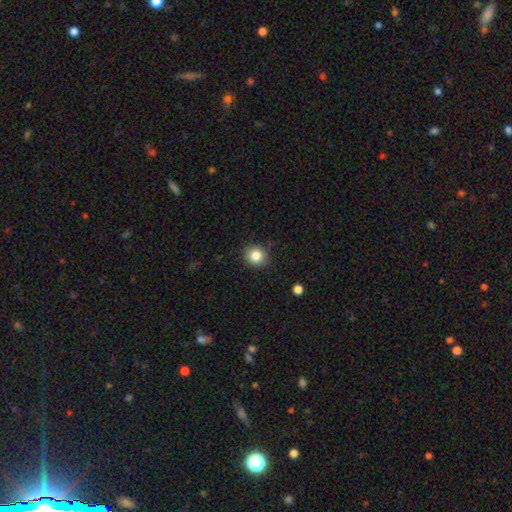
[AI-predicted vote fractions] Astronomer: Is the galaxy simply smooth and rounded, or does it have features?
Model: smooth — 84%.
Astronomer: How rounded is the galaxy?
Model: round — 84%.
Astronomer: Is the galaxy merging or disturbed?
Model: none — 87%.